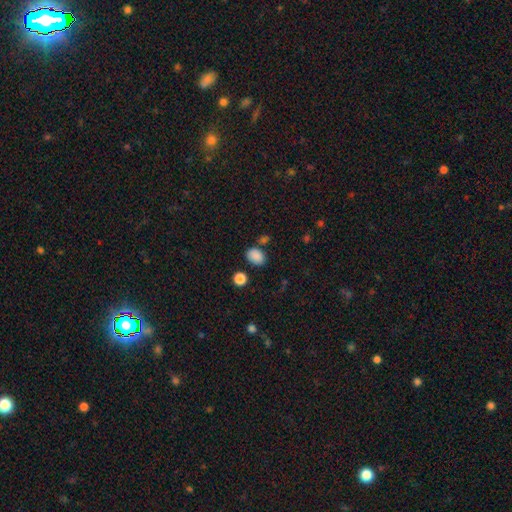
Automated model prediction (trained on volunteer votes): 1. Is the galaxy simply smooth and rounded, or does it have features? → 86% smooth, 10% star or artifact, 4% featured or disk.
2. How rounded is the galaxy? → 73% in between, 26% round, 1% cigar-shaped.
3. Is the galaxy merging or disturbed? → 77% none, 13% minor disturbance, 7% merger, 4% major disturbance.